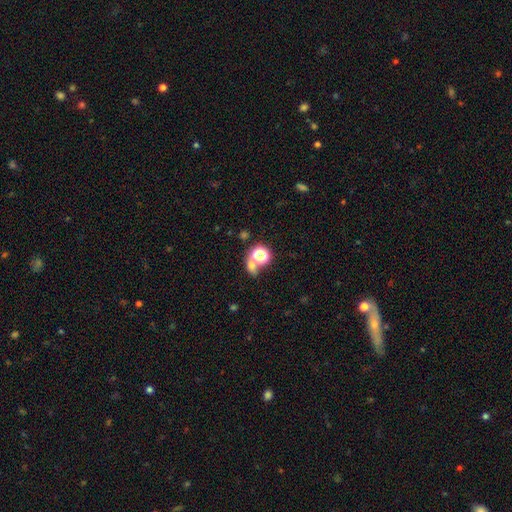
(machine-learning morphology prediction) Overall: star or artifact (51%; smooth 38%).